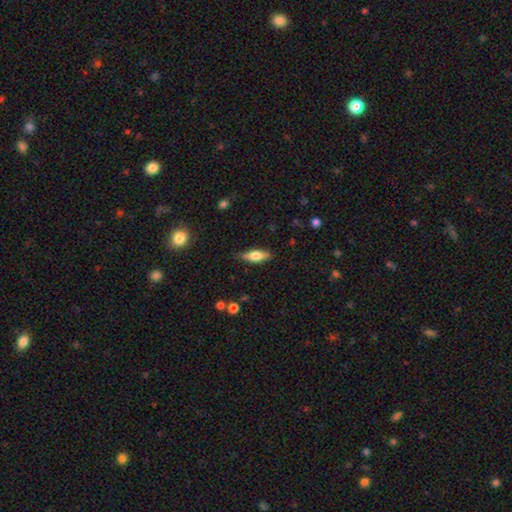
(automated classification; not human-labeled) Smooth or featured? smooth (59%)
How rounded? in between (61%)
Merging? none (80%)